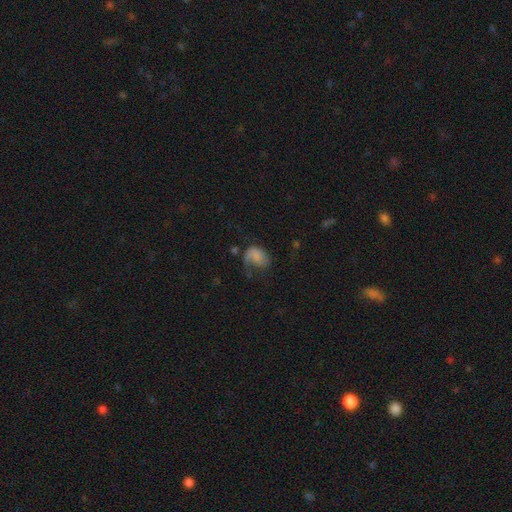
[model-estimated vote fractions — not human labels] Smooth or featured? Predicted: smooth (p=0.53). How rounded? Predicted: in between (p=0.72). Merging? Predicted: major disturbance (p=0.44).